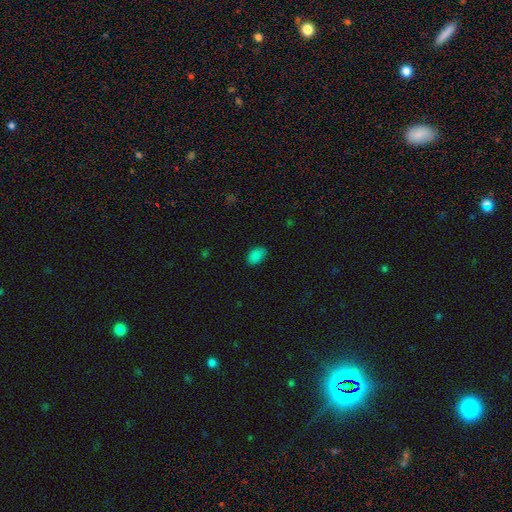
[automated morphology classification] A smooth galaxy with no disk features (85%) that is in between round and cigar-shaped (90%).

Vote fractions:
- Smooth or featured? smooth: 85% / star or artifact: 12% / featured or disk: 3%
- How rounded? in between: 90% / round: 9% / cigar-shaped: 1%
- Merging? none: 83% / minor disturbance: 13% / major disturbance: 3% / merger: 1%